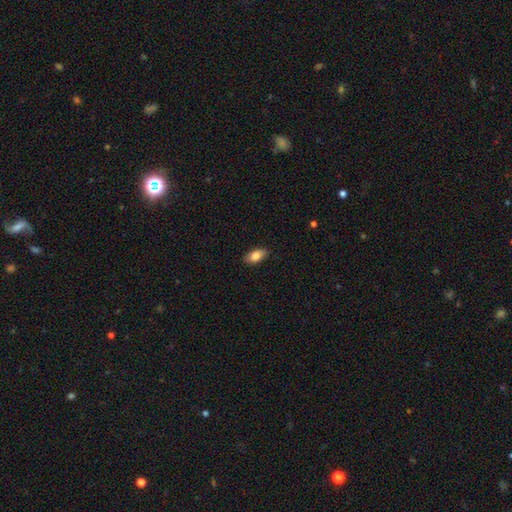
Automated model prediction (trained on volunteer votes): smooth_or_featured: smooth (p=0.84) [alt: featured or disk p=0.09]
how_rounded: in between (p=0.90) [alt: cigar-shaped p=0.06]
merging: none (p=0.87) [alt: minor disturbance p=0.10]